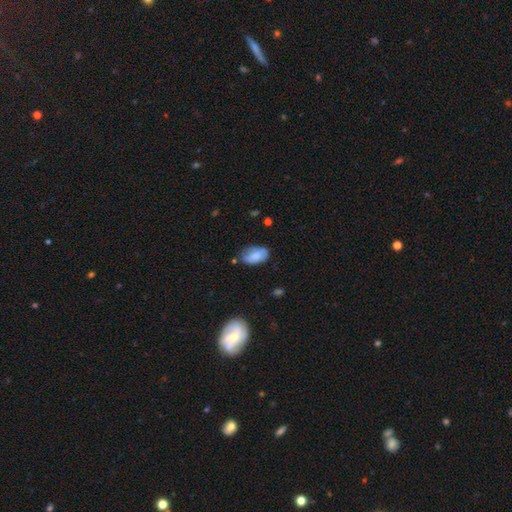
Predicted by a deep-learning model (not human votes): Overall: smooth (76%). How rounded: in between (93%). Merging: none (59%; minor disturbance 30%).